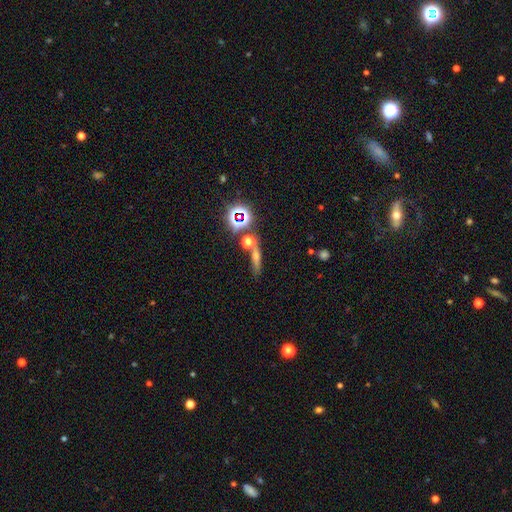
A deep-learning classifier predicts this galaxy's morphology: This appears to be a smooth galaxy with no disk features (41%). Merging: none (68%).